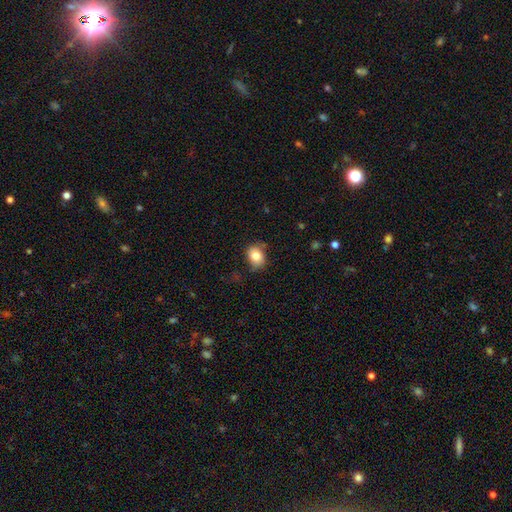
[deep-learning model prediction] Smooth or featured? smooth (82%)
How rounded? in between (58%)
Merging? none (74%)